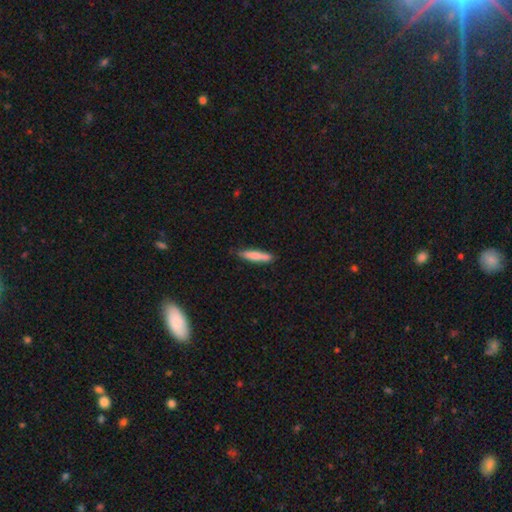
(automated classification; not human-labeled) Smooth or featured: smooth — 79% (featured or disk — 16%)
How rounded: cigar-shaped — 87% (in between — 11%)
Merging: none — 82% (minor disturbance — 15%)